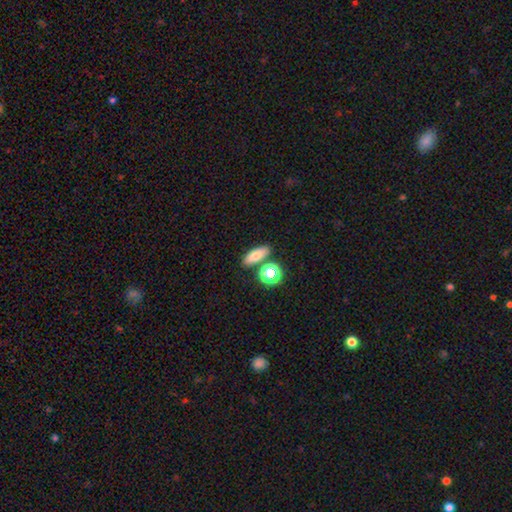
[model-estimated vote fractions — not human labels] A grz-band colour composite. It shows a smooth galaxy with no disk features (75%) that is in between round and cigar-shaped (61%). Merging: none (76%).